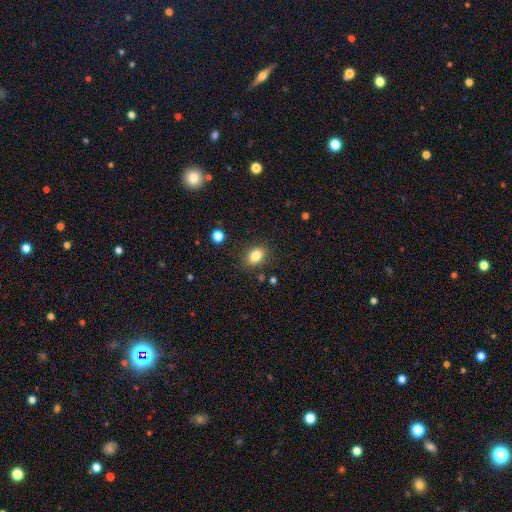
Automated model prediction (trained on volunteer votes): This is clearly a smooth galaxy (84%). How rounded: likely in between (77%). Merging: clearly none (84%).